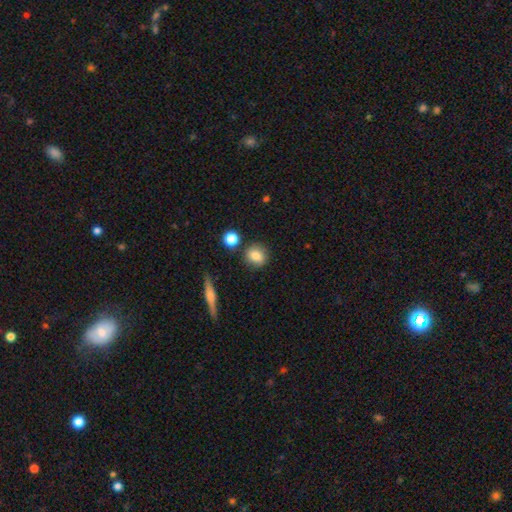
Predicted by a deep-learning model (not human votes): Smooth or featured?
  - smooth: 82% *
  - featured or disk: 9%
  - star or artifact: 9%
How rounded?
  - round: 77% *
  - in between: 21%
  - cigar-shaped: 2%
Merging?
  - none: 82% *
  - minor disturbance: 9%
  - merger: 6%
  - major disturbance: 3%